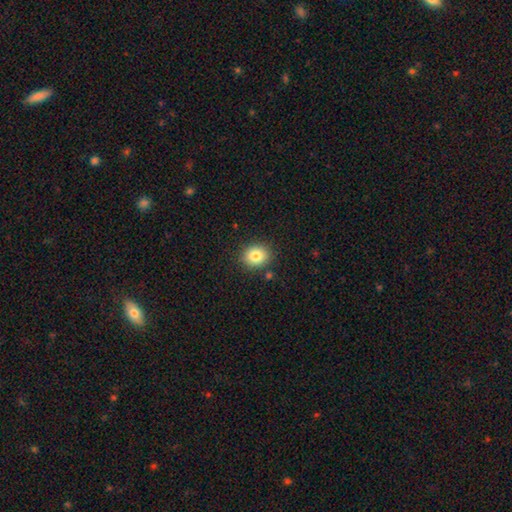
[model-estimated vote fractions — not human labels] Smooth or featured?
  - smooth: 82% *
  - star or artifact: 10%
  - featured or disk: 8%
How rounded?
  - round: 70% *
  - in between: 29%
  - cigar-shaped: 1%
Merging?
  - none: 87% *
  - minor disturbance: 8%
  - merger: 3%
  - major disturbance: 2%